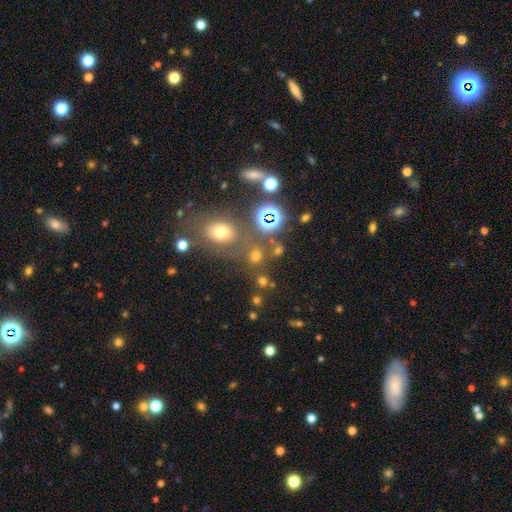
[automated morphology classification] smooth 58%, star or artifact 32%, featured or disk 10%. Down the decision tree: how rounded — round (72%); merging — none (66%).